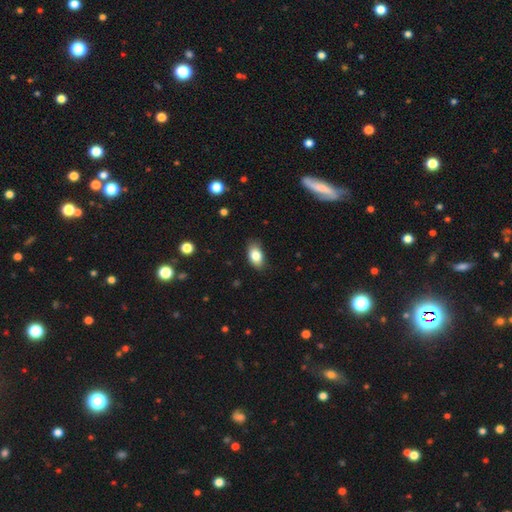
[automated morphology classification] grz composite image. It shows a smooth galaxy with no disk features (83%) that is in between round and cigar-shaped (91%). Merging: none (82%).